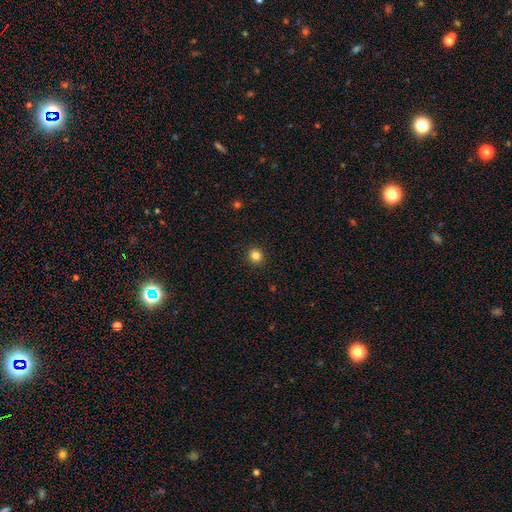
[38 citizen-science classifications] A smooth galaxy with no disk features (97%) that is round (95%). Merging: none (100%).